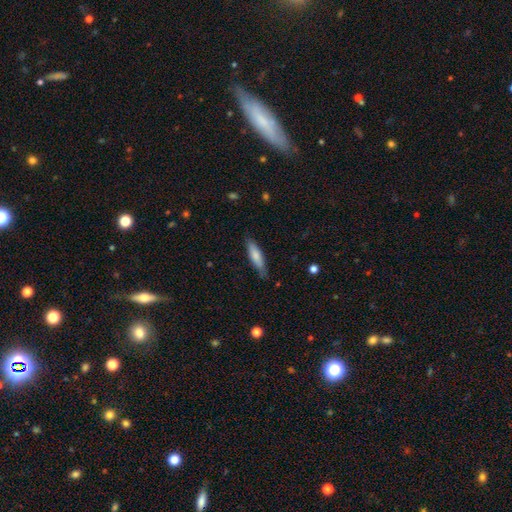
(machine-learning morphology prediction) Smooth or featured: smooth — 73% (featured or disk — 22%)
How rounded: cigar-shaped — 72% (in between — 27%)
Merging: none — 79% (minor disturbance — 17%)